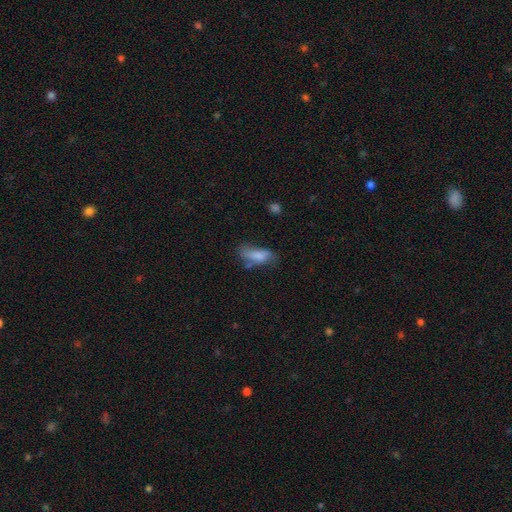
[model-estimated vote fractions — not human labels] smooth 71%, featured or disk 19%, star or artifact 10%. Down the decision tree: how rounded — in between (66%); merging — none (50%).